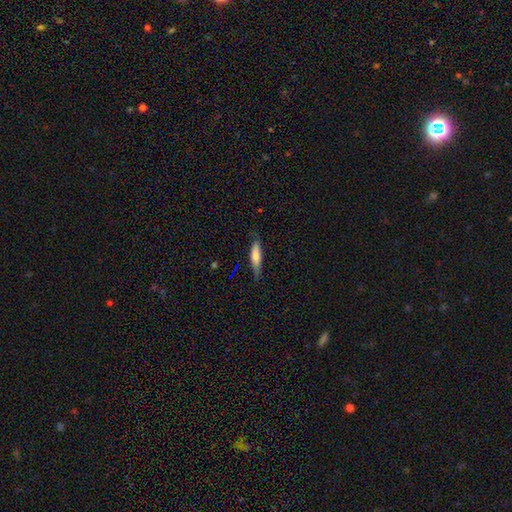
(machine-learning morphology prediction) smooth 69%, featured or disk 25%, star or artifact 6%. Down the decision tree: how rounded — cigar-shaped (70%); merging — none (75%).